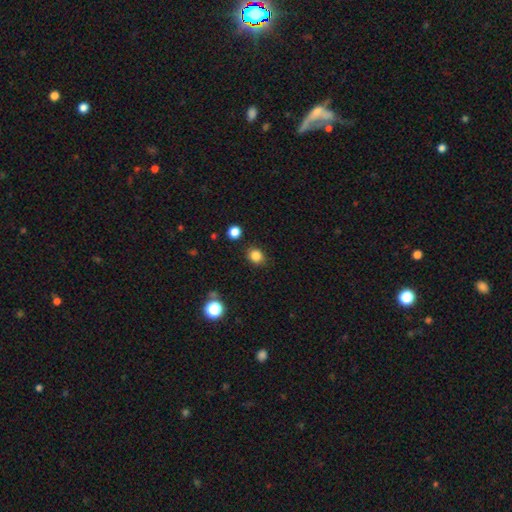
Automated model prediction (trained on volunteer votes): This is clearly a smooth galaxy (84%). How rounded: likely round (67%). Merging: clearly none (86%).